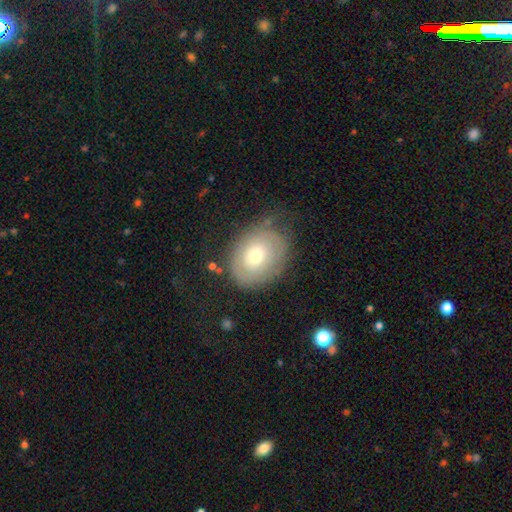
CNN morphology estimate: Q: Smooth or featured?
A: smooth (51%); runner-up: featured or disk (40%)
Q: How rounded?
A: in between (53%); runner-up: round (46%)
Q: Merging?
A: none (64%); runner-up: minor disturbance (23%)